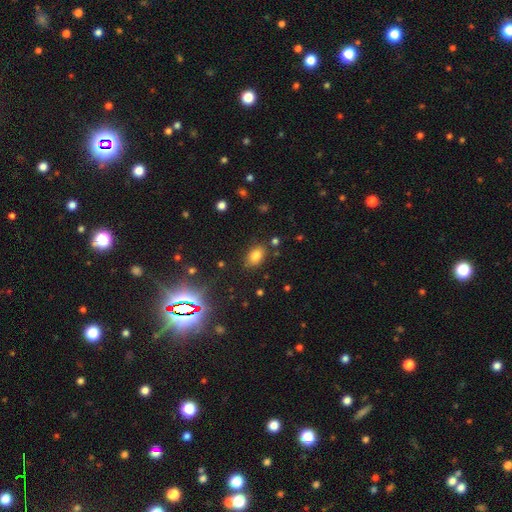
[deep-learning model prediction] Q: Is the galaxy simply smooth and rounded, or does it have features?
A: smooth — 78%.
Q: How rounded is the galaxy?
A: in between — 84%.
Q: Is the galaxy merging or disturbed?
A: none — 81%.